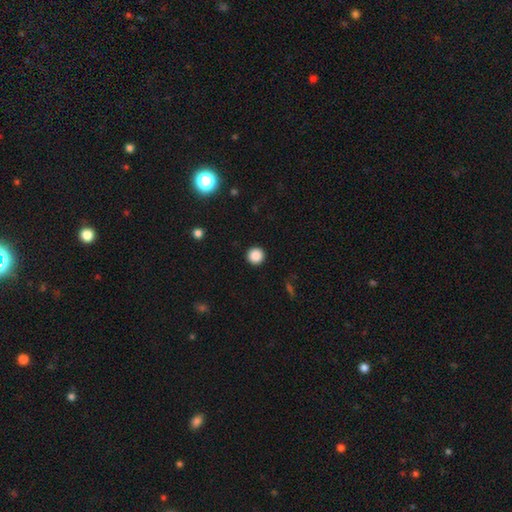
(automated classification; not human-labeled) smooth_or_featured: smooth (p=0.87) [alt: star or artifact p=0.10]
how_rounded: round (p=0.96) [alt: in between p=0.03]
merging: none (p=0.93) [alt: minor disturbance p=0.04]